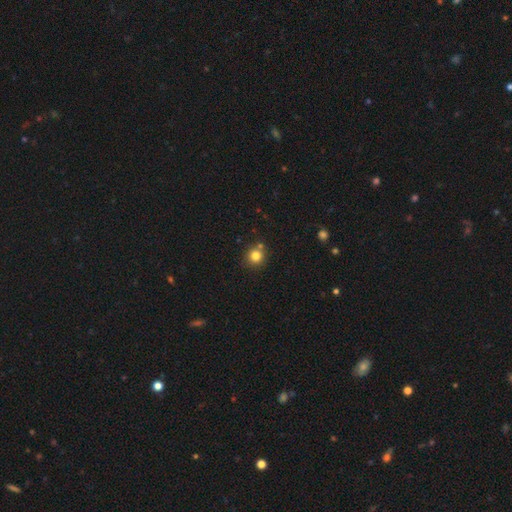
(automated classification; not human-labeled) A smooth galaxy with no disk features (81%) that is round (92%). Merging: none (76%).